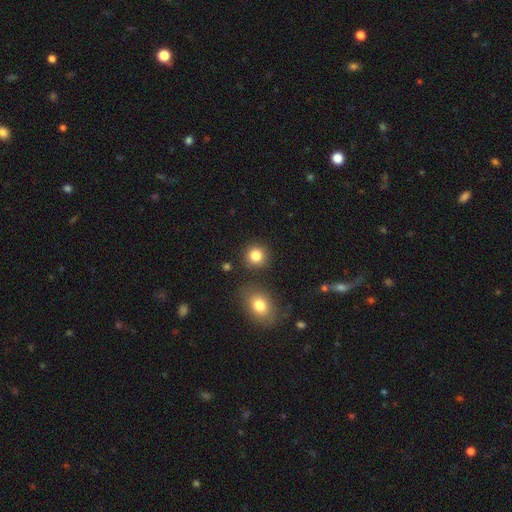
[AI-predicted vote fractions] This appears to be a smooth galaxy with no disk features (84%) that is round (89%). Merging: none (85%).